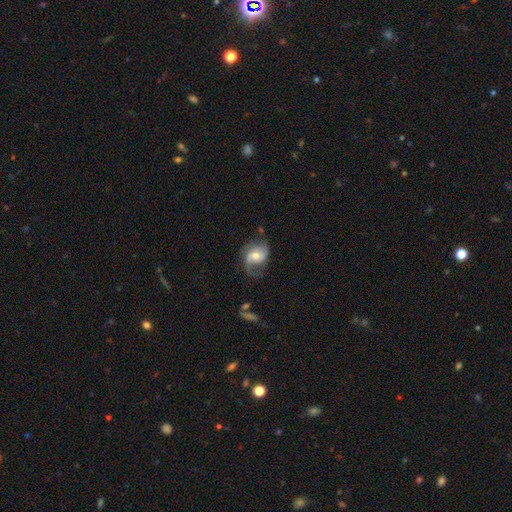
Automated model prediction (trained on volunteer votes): This appears to be a featured or disk galaxy (73%) with no bar (50%), 2 (75%) loose (54%) spiral arms (92%) and a moderate central bulge (63%). Merging: none (56%).